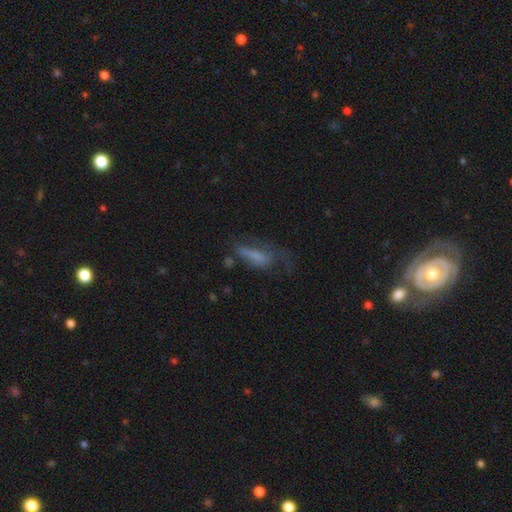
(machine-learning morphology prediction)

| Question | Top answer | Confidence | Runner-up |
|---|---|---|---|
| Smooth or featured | smooth | 51% | featured or disk (35%) |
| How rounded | in between | 49% | cigar-shaped (47%) |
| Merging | major disturbance | 41% | none (30%) |